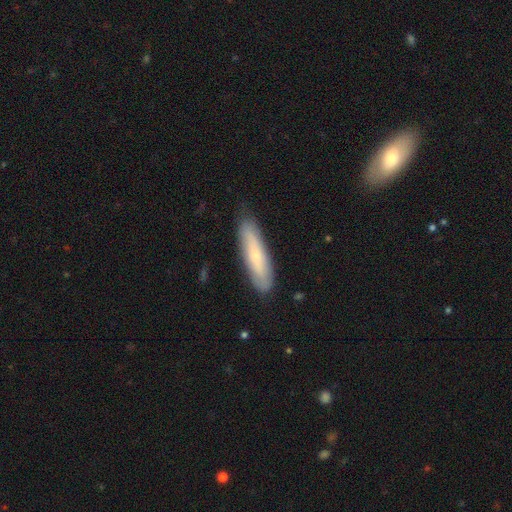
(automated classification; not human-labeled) smooth-or-featured: smooth: 64% | featured or disk: 30% | star or artifact: 6%
  how-rounded: cigar-shaped: 74% | in between: 25% | round: 1%
  merging: none: 80% | minor disturbance: 16% | major disturbance: 3% | merger: 1%